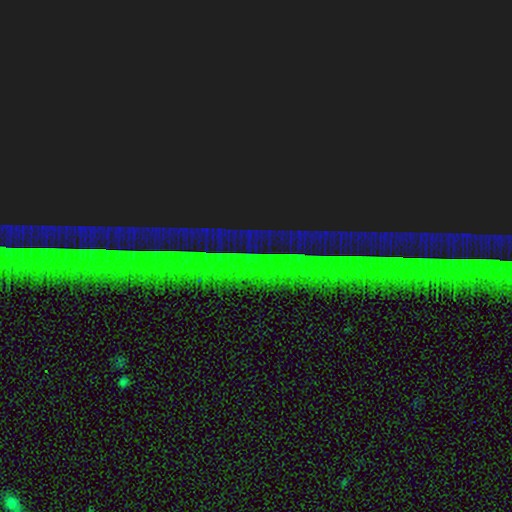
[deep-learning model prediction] Smooth or featured?
  - star or artifact: 87% *
  - featured or disk: 7%
  - smooth: 6%